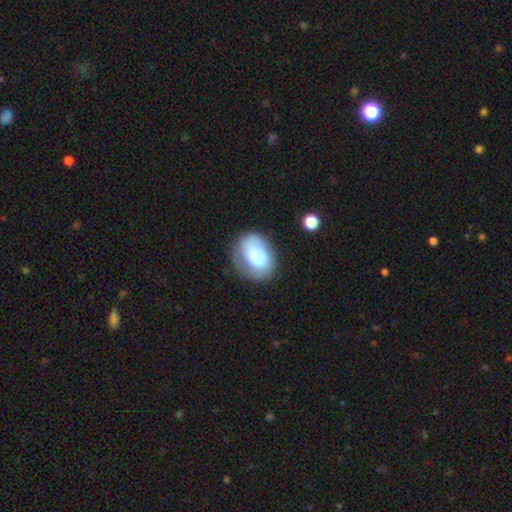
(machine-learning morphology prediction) A smooth galaxy with no disk features (64%) that is in between round and cigar-shaped (70%).

Vote fractions:
- Smooth or featured? smooth: 64% / featured or disk: 29% / star or artifact: 8%
- How rounded? in between: 70% / round: 28% / cigar-shaped: 1%
- Merging? none: 61% / minor disturbance: 24% / major disturbance: 12% / merger: 3%